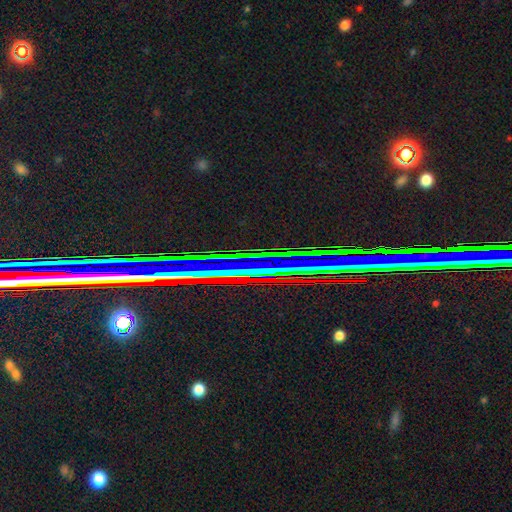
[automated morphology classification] star or artifact 78%, featured or disk 12%, smooth 10%.